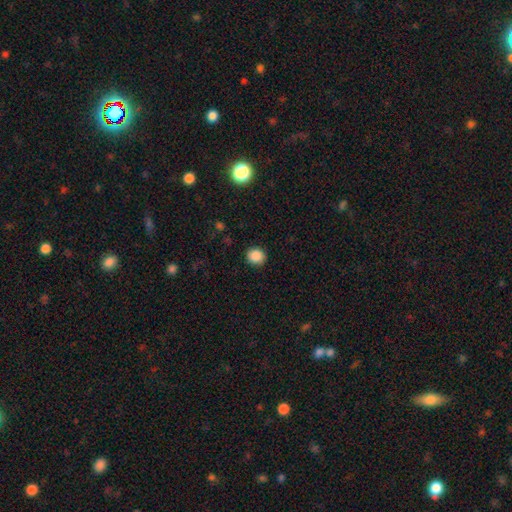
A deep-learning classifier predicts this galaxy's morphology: A smooth galaxy with no disk features (88%) that is round (83%).

Vote fractions:
- Smooth or featured? smooth: 88% / star or artifact: 9% / featured or disk: 3%
- How rounded? round: 83% / in between: 16% / cigar-shaped: 1%
- Merging? none: 91% / minor disturbance: 6% / major disturbance: 2% / merger: 1%